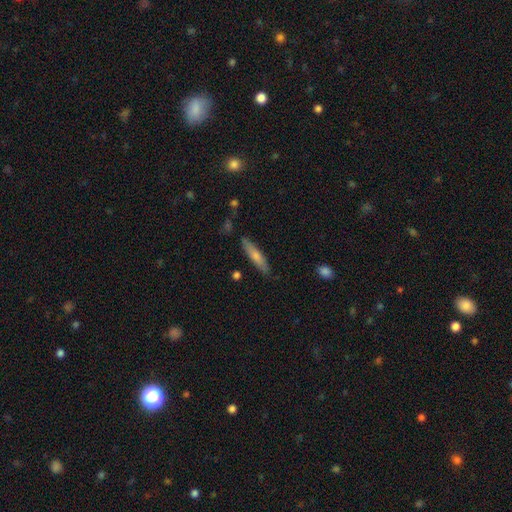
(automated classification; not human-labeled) Smooth or featured: smooth — 67% (featured or disk — 27%)
How rounded: cigar-shaped — 85% (in between — 14%)
Merging: none — 82% (minor disturbance — 13%)